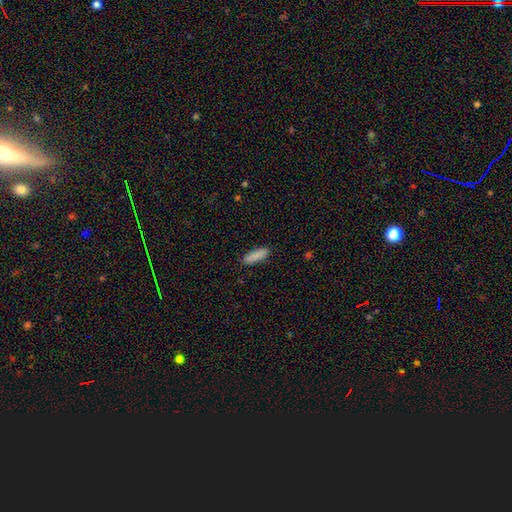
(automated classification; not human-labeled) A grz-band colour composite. It shows a smooth galaxy with no disk features (89%) that is cigar-shaped (49%, tied with in between). Merging: none (89%).